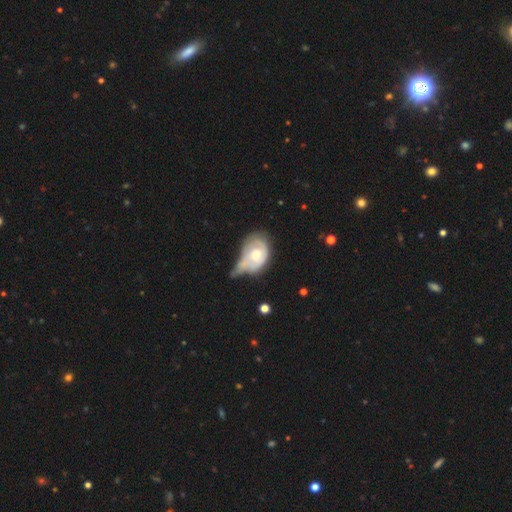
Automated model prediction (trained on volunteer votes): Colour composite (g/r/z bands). It shows a featured or disk galaxy (50%). Merging: major disturbance (34%).